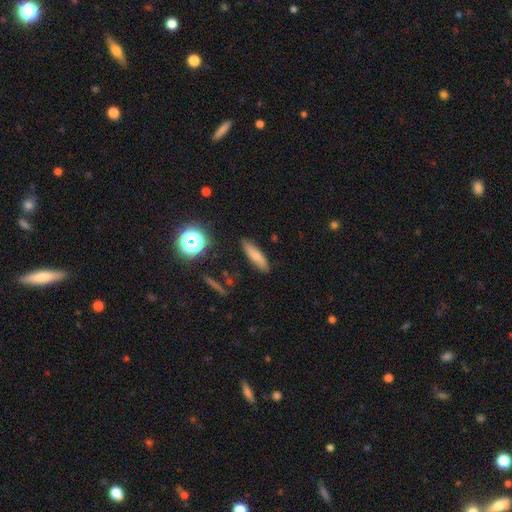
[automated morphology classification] Smooth or featured? smooth (75%)
How rounded? cigar-shaped (66%)
Merging? none (85%)